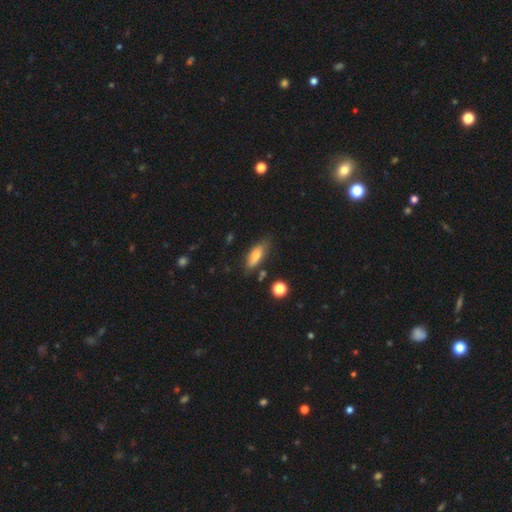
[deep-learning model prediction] The model was most divided on "how rounded": in between: 68%, cigar-shaped: 29%, round: 3%. More confident: smooth or featured — smooth (73%); merging — none (71%).